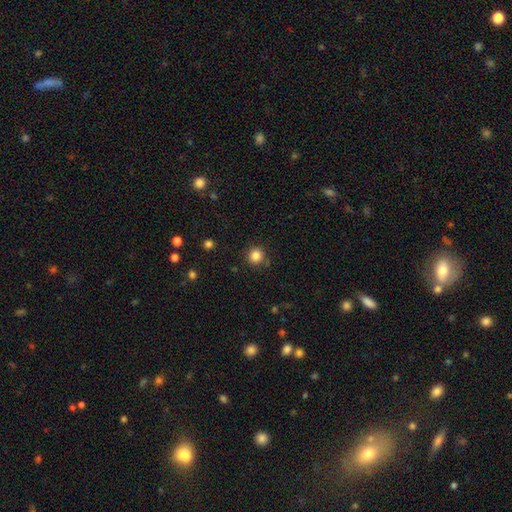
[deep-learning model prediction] Smooth or featured?
  - smooth: 84% *
  - star or artifact: 11%
  - featured or disk: 5%
How rounded?
  - round: 91% *
  - in between: 8%
  - cigar-shaped: 1%
Merging?
  - none: 86% *
  - minor disturbance: 8%
  - major disturbance: 3%
  - merger: 3%